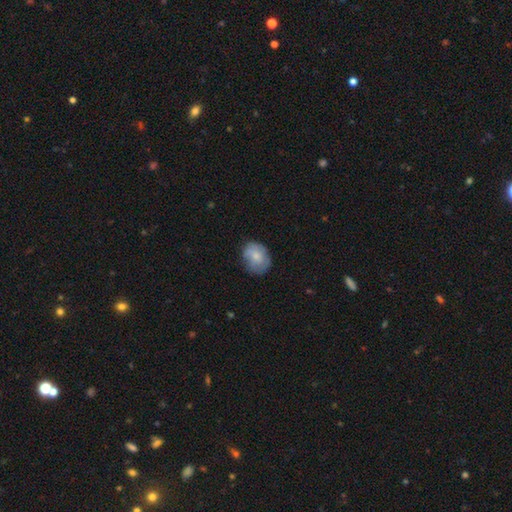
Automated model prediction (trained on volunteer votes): A smooth galaxy with no disk features (69%) that is round (52%).

Vote fractions:
- Smooth or featured? smooth: 69% / featured or disk: 24% / star or artifact: 7%
- How rounded? round: 52% / in between: 47% / cigar-shaped: 1%
- Merging? none: 67% / minor disturbance: 24% / major disturbance: 7% / merger: 1%